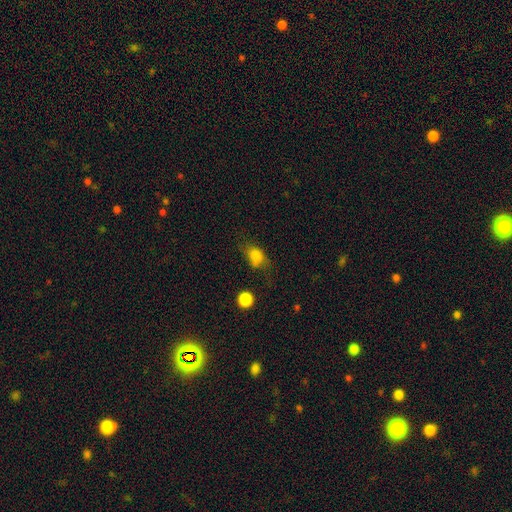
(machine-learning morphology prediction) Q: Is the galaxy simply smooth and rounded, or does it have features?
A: smooth — 79%.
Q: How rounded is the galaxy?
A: in between — 68%.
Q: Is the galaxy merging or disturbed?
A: none — 52%.